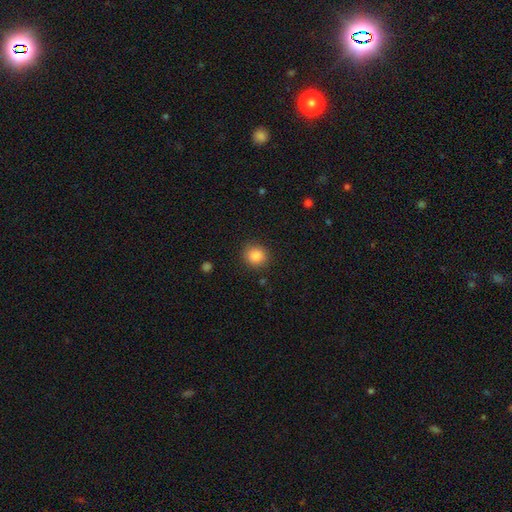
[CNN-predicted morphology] The model was most divided on "how rounded": round: 87%, in between: 12%, cigar-shaped: 1%. More confident: merging — none (88%); smooth or featured — smooth (86%).